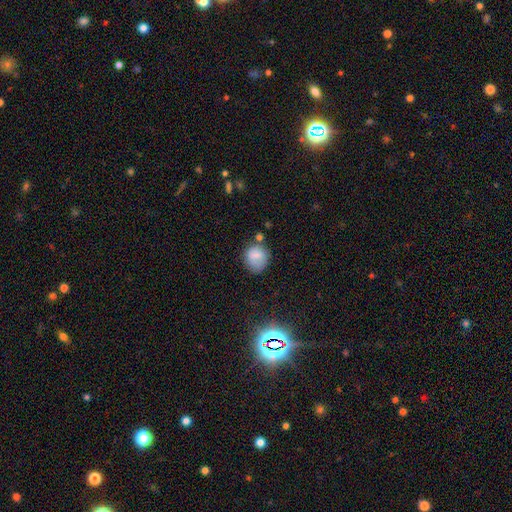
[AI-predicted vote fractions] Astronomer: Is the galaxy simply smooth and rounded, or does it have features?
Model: smooth — 74%.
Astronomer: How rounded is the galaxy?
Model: round — 71%.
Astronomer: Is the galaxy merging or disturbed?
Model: none — 61%.